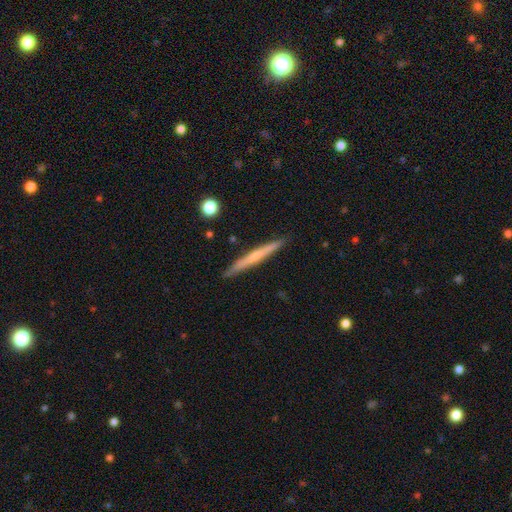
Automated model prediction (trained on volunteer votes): Smooth or featured? featured or disk (54%)
Edge-on disk? yes (97%)
Edge-on bulge? none (59%)
Merging? none (91%)